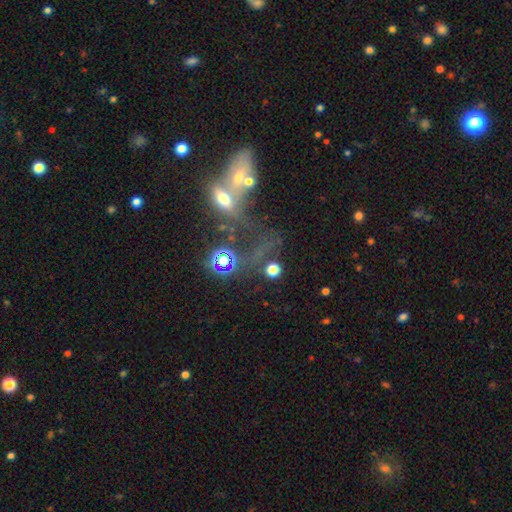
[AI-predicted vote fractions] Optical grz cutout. It shows a star or artifact, not a galaxy (39%).